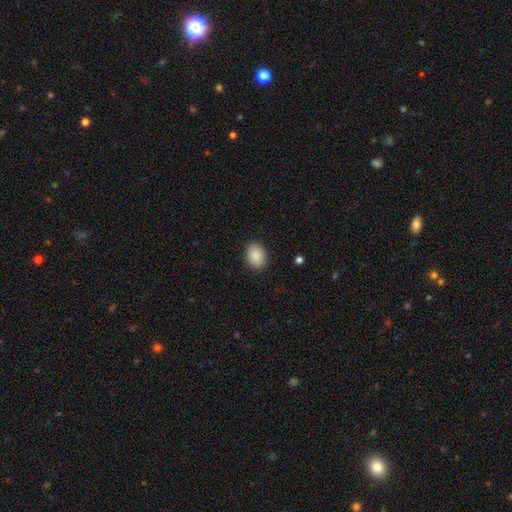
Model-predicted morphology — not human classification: smooth-or-featured: smooth: 89% | star or artifact: 7% | featured or disk: 4%
  how-rounded: in between: 65% | round: 34% | cigar-shaped: 1%
  merging: none: 89% | minor disturbance: 8% | major disturbance: 2% | merger: 1%